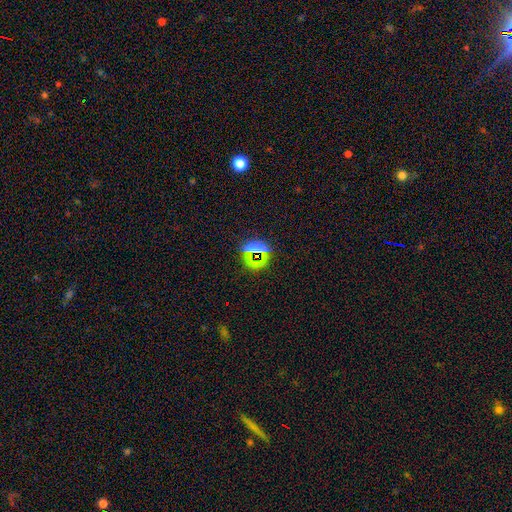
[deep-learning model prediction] This is likely a star or artifact rather than a galaxy (61%).